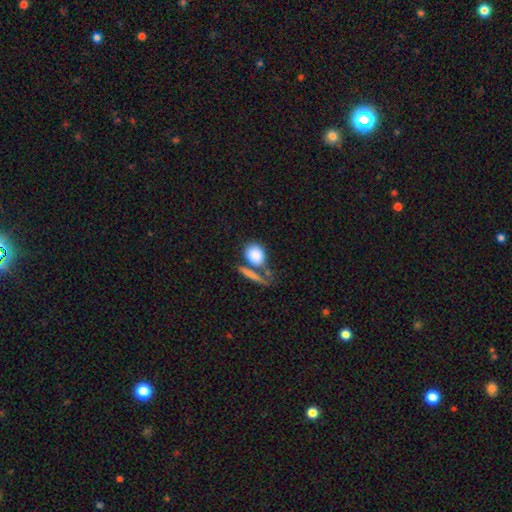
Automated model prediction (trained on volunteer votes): Smooth or featured? Predicted: smooth (p=0.84). How rounded? Predicted: round (p=0.57). Merging? Predicted: none (p=0.53).